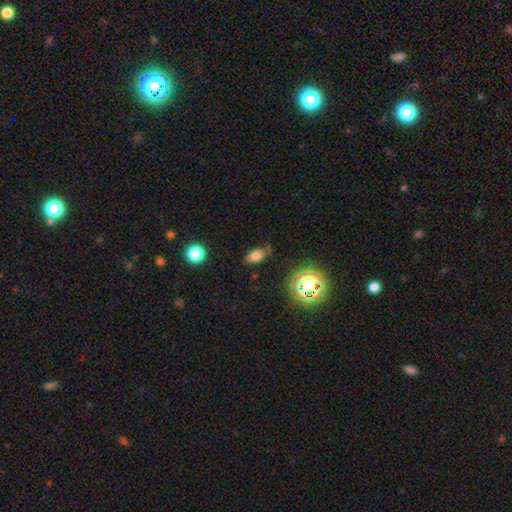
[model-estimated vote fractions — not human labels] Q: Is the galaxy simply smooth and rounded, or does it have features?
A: smooth — 72%.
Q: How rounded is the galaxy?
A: in between — 83%.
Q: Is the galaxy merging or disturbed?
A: none — 66%.